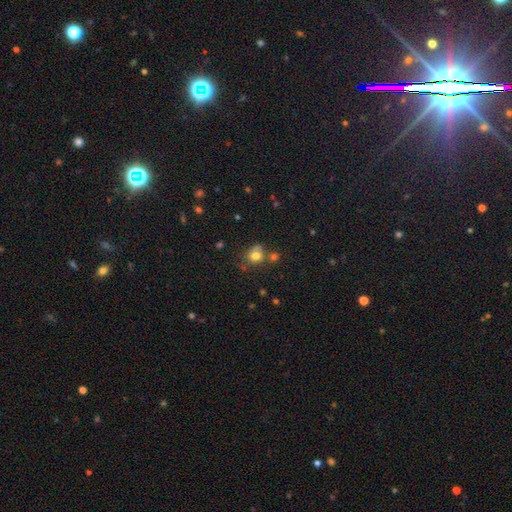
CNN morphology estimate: This appears to be a smooth galaxy with no disk features (76%) that is round (71%). Merging: none (52%).